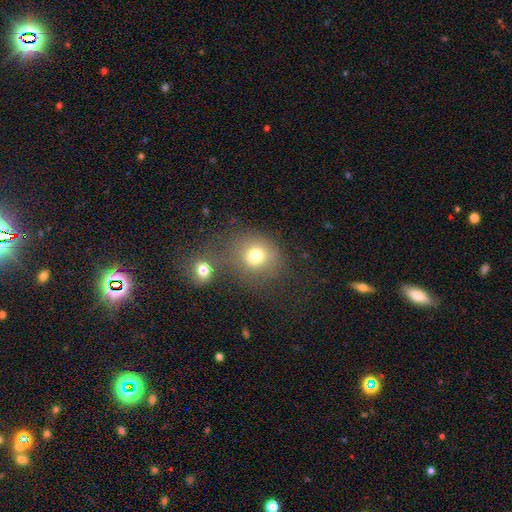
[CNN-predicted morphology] Smooth or featured: smooth — 75% (star or artifact — 14%)
How rounded: round — 77% (in between — 22%)
Merging: none — 49% (merger — 31%)